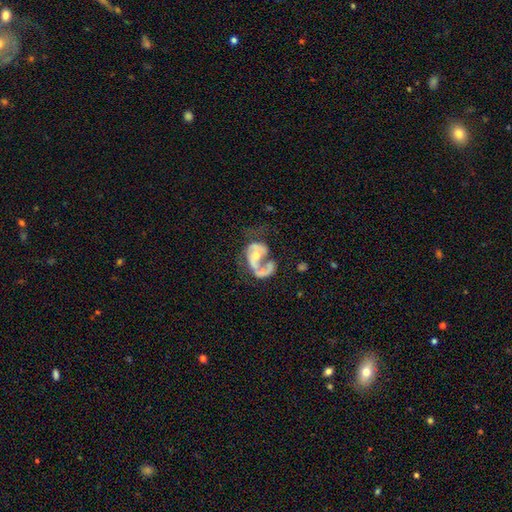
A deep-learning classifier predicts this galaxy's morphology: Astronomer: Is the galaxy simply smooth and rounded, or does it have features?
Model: featured or disk — 68%.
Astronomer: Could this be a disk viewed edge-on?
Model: no — 98%.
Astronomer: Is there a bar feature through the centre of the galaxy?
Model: no — 75%.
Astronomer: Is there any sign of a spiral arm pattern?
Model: yes — 59% (runner-up: no, 41%).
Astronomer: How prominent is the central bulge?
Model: moderate — 45% (runner-up: small, 40%).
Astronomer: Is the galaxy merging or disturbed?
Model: major disturbance — 40% (runner-up: merger, 30%).